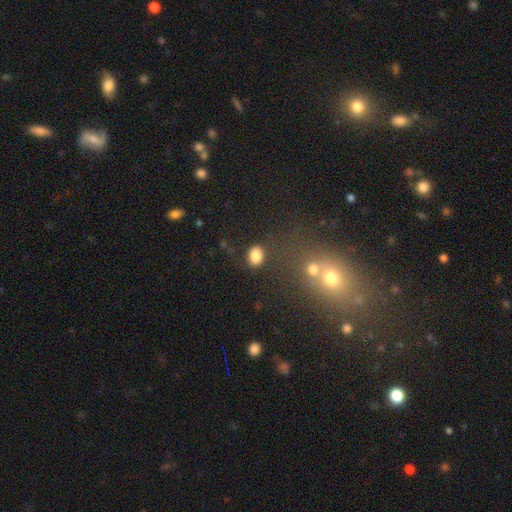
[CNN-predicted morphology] Smooth or featured? smooth (84%)
How rounded? in between (62%)
Merging? none (78%)